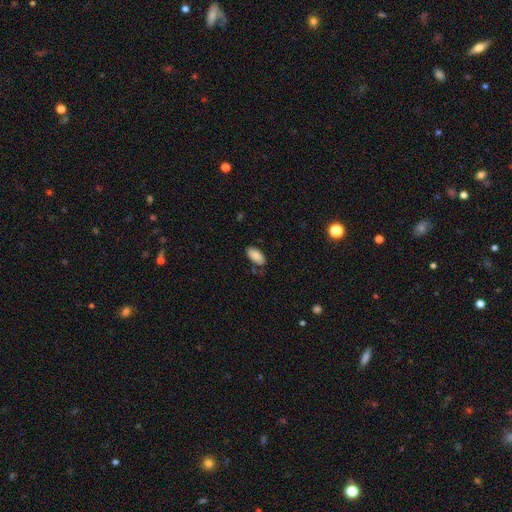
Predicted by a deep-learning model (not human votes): Smooth or featured? Predicted: smooth (p=0.86). How rounded? Predicted: in between (p=0.94). Merging? Predicted: none (p=0.74).